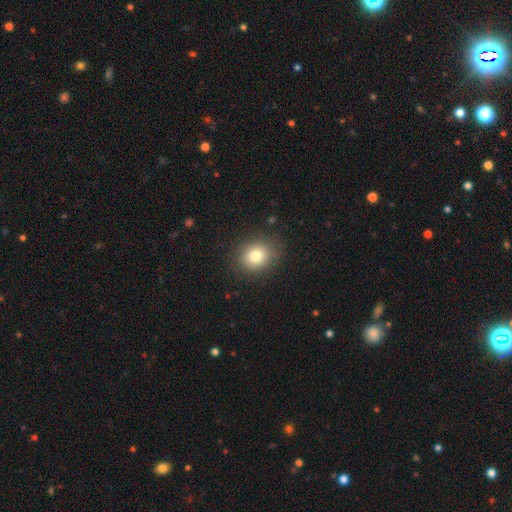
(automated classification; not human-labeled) Q: Smooth or featured?
A: smooth (79%); runner-up: star or artifact (11%)
Q: How rounded?
A: round (67%); runner-up: in between (32%)
Q: Merging?
A: none (85%); runner-up: minor disturbance (10%)